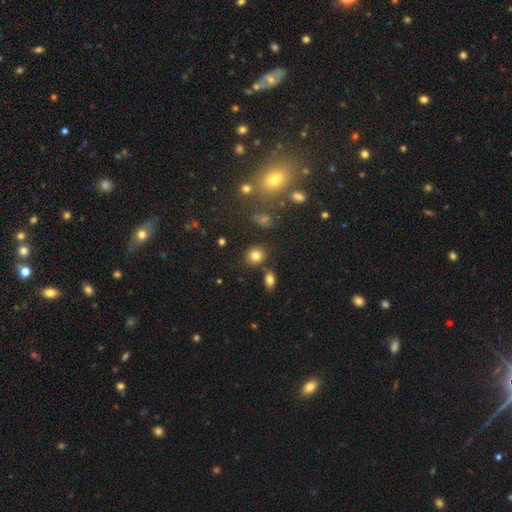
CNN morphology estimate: The model was most divided on "how rounded": round: 71%, in between: 28%, cigar-shaped: 1%. More confident: smooth or featured — smooth (80%); merging — none (79%).